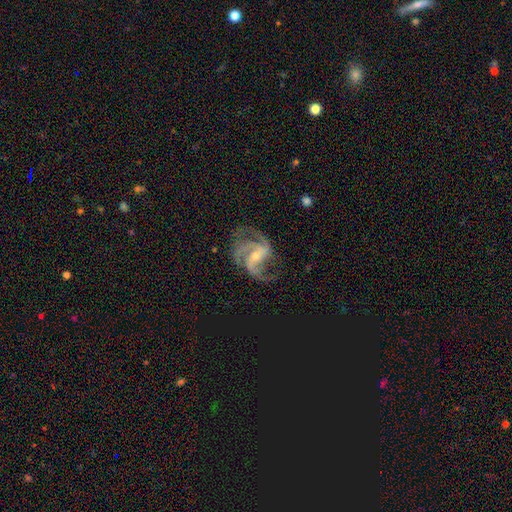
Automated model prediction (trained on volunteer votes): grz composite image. It shows a featured or disk galaxy (91%) with a weak bar (39%), 3 (59%) medium (57%) spiral arms (98%) and a small central bulge (63%). Merging: none (66%).